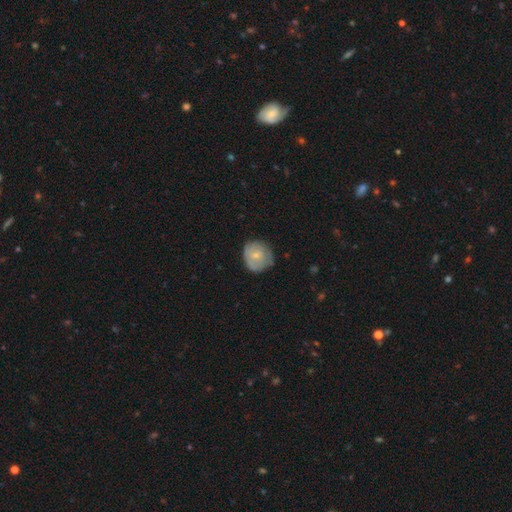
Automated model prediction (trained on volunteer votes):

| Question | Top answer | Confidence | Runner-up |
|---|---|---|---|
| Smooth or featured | smooth | 65% | featured or disk (28%) |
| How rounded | round | 84% | in between (15%) |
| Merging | none | 67% | minor disturbance (26%) |